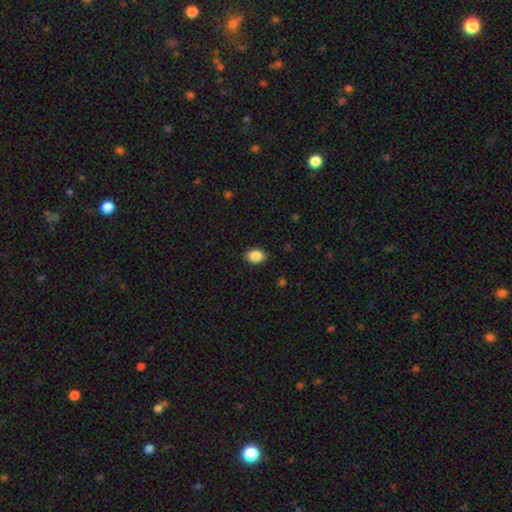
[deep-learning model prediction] Overall: smooth (88%). How rounded: in between (72%). Merging: none (87%).